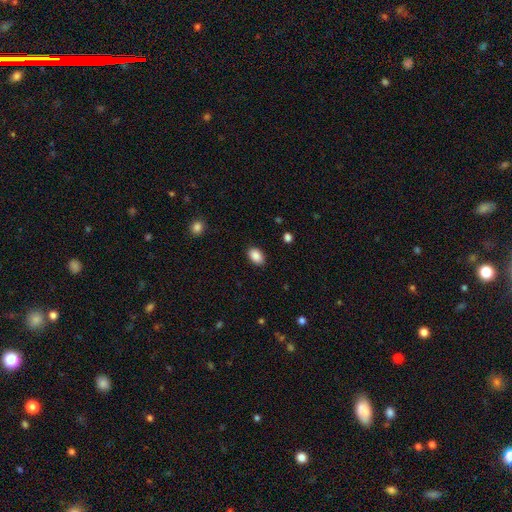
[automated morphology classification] type=smooth (88%); roundness=in between (87%); merging=none (88%).